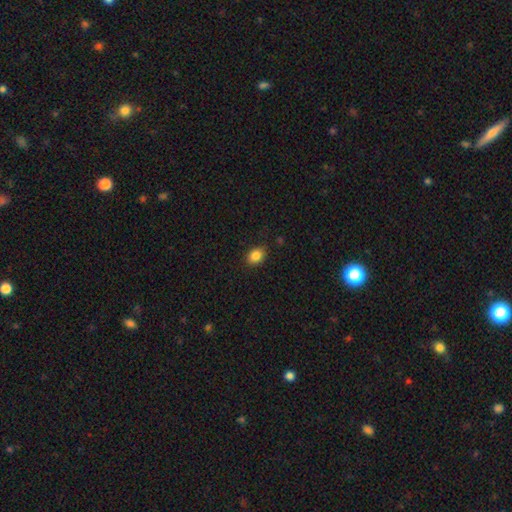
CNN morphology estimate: smooth 86%, star or artifact 10%, featured or disk 5%. Down the decision tree: how rounded — in between (56%); merging — none (86%).